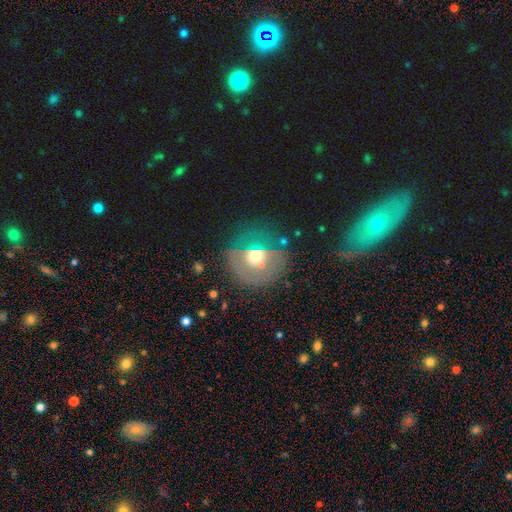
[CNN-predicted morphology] Q: Smooth or featured?
A: smooth (45%); runner-up: featured or disk (42%)
Q: Merging?
A: none (59%); runner-up: minor disturbance (20%)